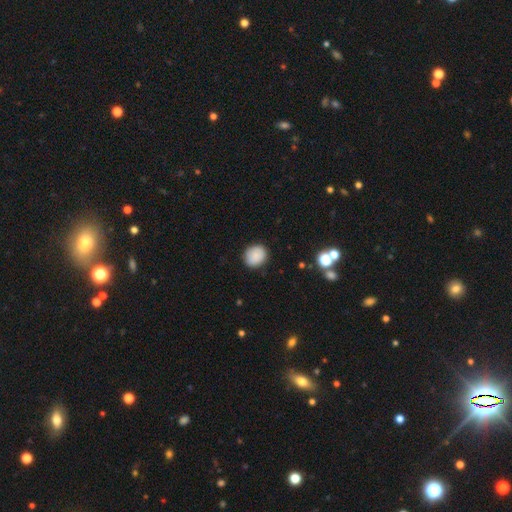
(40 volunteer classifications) smooth 85%, featured or disk 10%, star or artifact 5%. Down the decision tree: how rounded — round (68%); merging — none (84%).